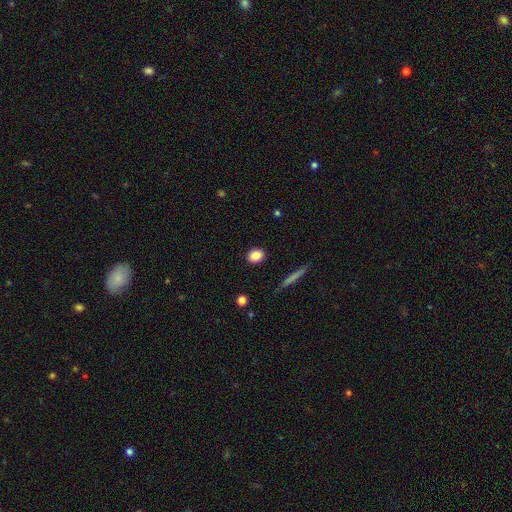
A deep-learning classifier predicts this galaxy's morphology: Smooth or featured? Predicted: smooth (p=0.86). How rounded? Predicted: round (p=0.64). Merging? Predicted: none (p=0.90).